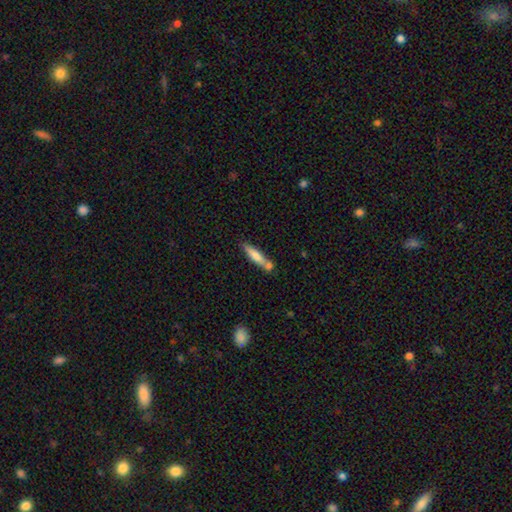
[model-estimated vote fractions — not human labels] This appears to be a smooth galaxy with no disk features (71%) that is cigar-shaped (81%). Merging: none (54%).